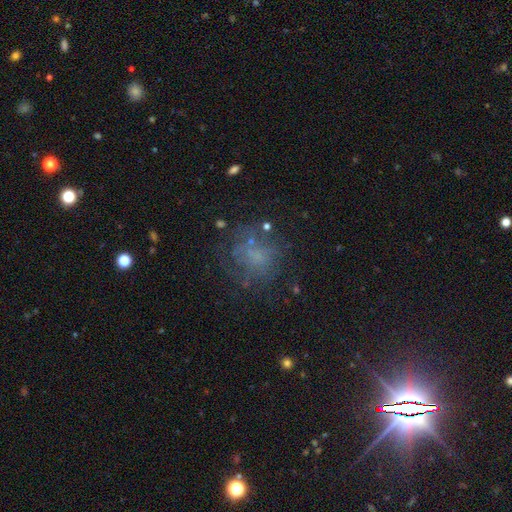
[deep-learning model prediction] Smooth or featured? Predicted: smooth (p=0.41). Merging? Predicted: none (p=0.60).